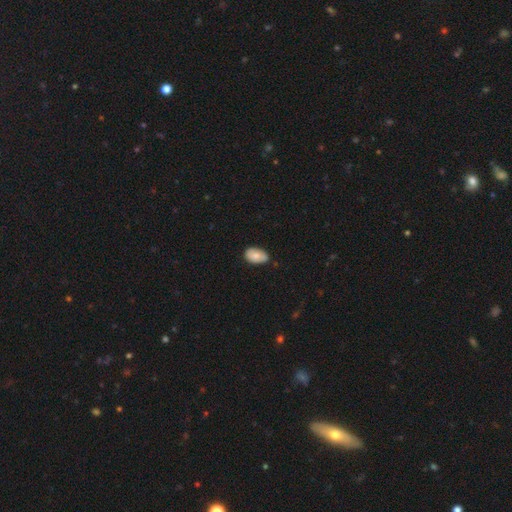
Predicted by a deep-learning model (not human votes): smooth_or_featured: smooth (p=0.75) [alt: featured or disk p=0.18]
how_rounded: in between (p=0.91) [alt: round p=0.08]
merging: none (p=0.75) [alt: minor disturbance p=0.21]